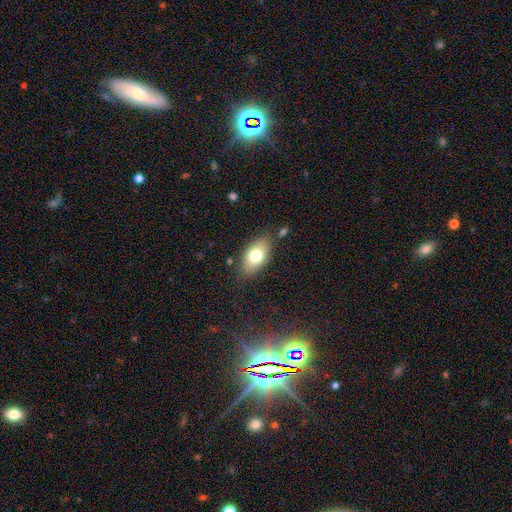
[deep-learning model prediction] This appears to be a smooth galaxy with no disk features (74%) that is in between round and cigar-shaped (90%). Merging: none (78%).